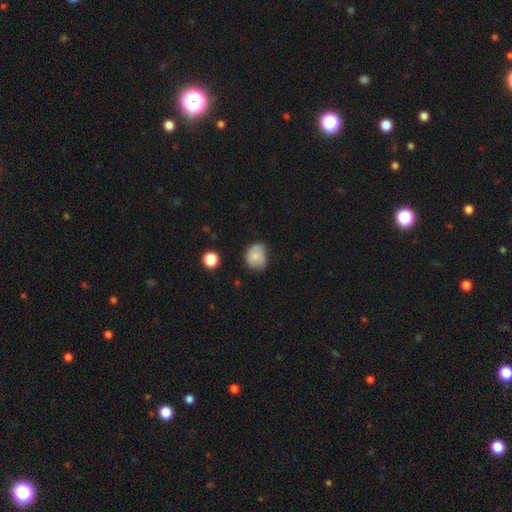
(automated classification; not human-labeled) Smooth or featured?
  - smooth: 76% *
  - featured or disk: 15%
  - star or artifact: 9%
How rounded?
  - round: 60% *
  - in between: 39%
  - cigar-shaped: 1%
Merging?
  - none: 54% *
  - minor disturbance: 37%
  - major disturbance: 8%
  - merger: 2%